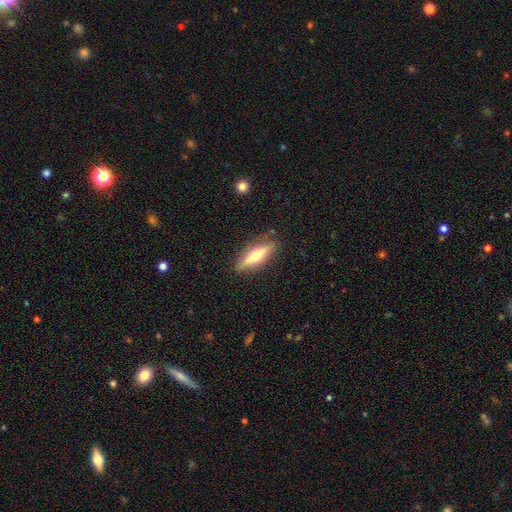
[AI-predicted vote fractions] The model was most divided on "smooth or featured": featured or disk: 53%, smooth: 40%, star or artifact: 6%. More confident: edge-on disk — yes (93%); merging — none (87%).